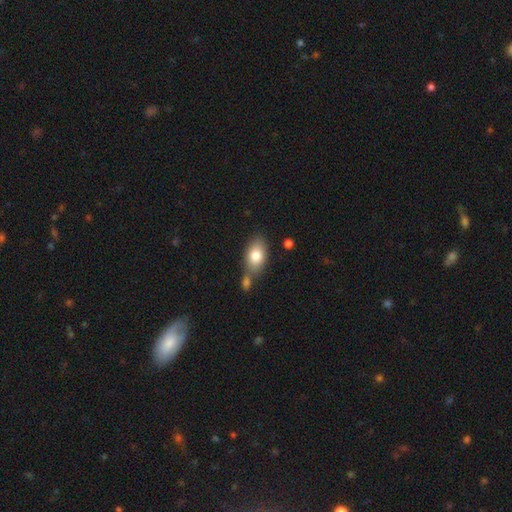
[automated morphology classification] Smooth or featured?
  - smooth: 78% *
  - featured or disk: 14%
  - star or artifact: 7%
How rounded?
  - in between: 87% *
  - round: 11%
  - cigar-shaped: 2%
Merging?
  - none: 56% *
  - merger: 25%
  - minor disturbance: 14%
  - major disturbance: 4%